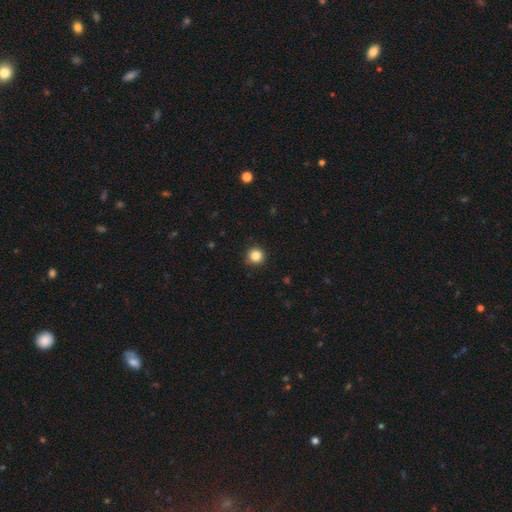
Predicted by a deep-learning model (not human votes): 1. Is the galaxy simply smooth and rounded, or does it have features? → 85% smooth, 11% star or artifact, 4% featured or disk.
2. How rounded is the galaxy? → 95% round, 4% in between, 1% cigar-shaped.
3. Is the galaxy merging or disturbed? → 90% none, 7% minor disturbance, 2% major disturbance, 1% merger.